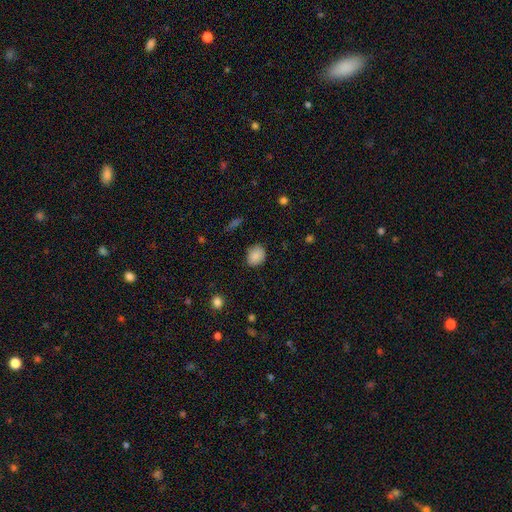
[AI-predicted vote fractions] A smooth galaxy with no disk features (87%) that is round (56%). Merging: none (81%).